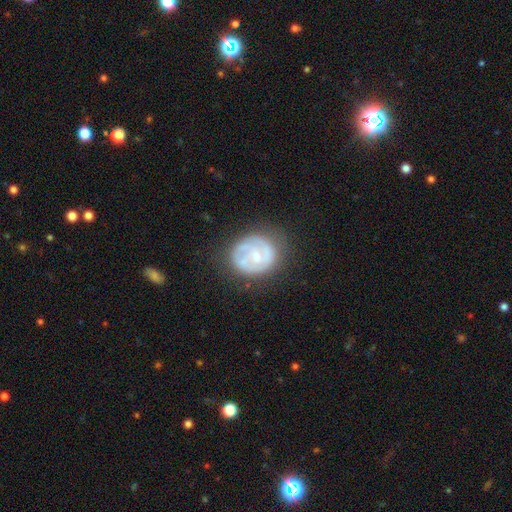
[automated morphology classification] smooth-or-featured: featured or disk: 65% | smooth: 29% | star or artifact: 7%
  disk-edge-on: no: 98% | yes: 2%
    bar: no: 69% | weak: 26% | strong: 5%
    has-spiral-arms: yes: 64% | no: 36%
    bulge-size: small: 60% | moderate: 34% | none: 3% | large: 2% | dominant: 1%
  merging: none: 64% | minor disturbance: 23% | major disturbance: 11% | merger: 2%